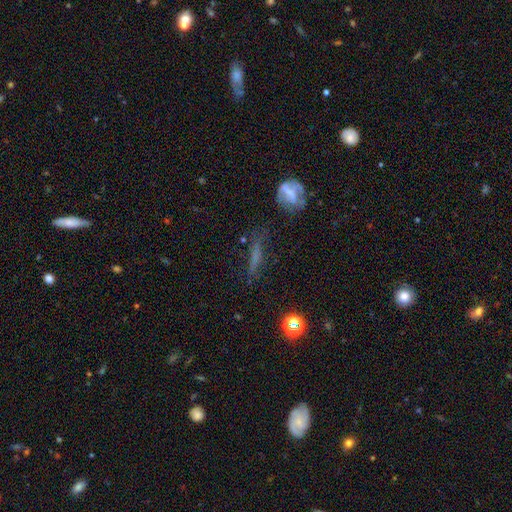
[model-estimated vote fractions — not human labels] A smooth galaxy with no disk features (44%).

Vote fractions:
- Smooth or featured? smooth: 44% / featured or disk: 34% / star or artifact: 22%
- Merging? none: 70% / minor disturbance: 17% / major disturbance: 8% / merger: 5%